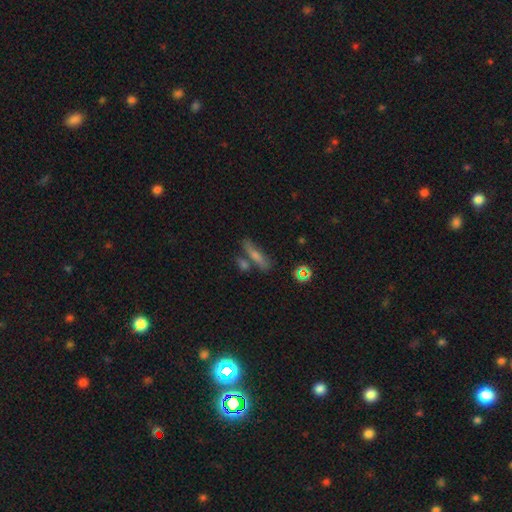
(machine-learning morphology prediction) smooth-or-featured: smooth: 54% | featured or disk: 32% | star or artifact: 14%
  how-rounded: cigar-shaped: 76% | in between: 19% | round: 5%
  merging: none: 64% | merger: 18% | minor disturbance: 13% | major disturbance: 5%